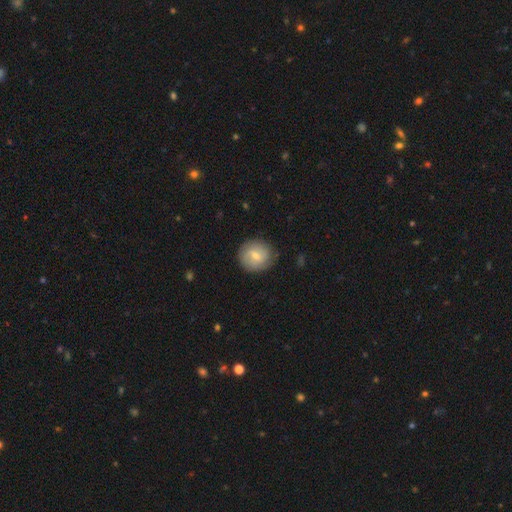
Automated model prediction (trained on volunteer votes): Smooth or featured? smooth (61%)
How rounded? round (85%)
Merging? none (79%)